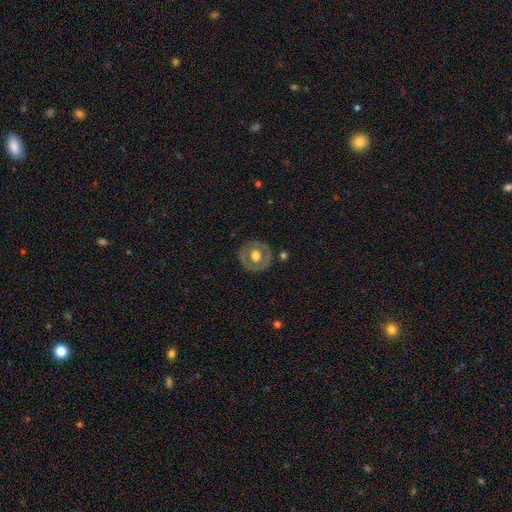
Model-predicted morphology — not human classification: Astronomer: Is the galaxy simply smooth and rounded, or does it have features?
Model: featured or disk — 51% (runner-up: smooth, 43%).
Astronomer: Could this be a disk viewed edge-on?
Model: no — 94%.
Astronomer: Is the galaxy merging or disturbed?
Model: none — 84%.